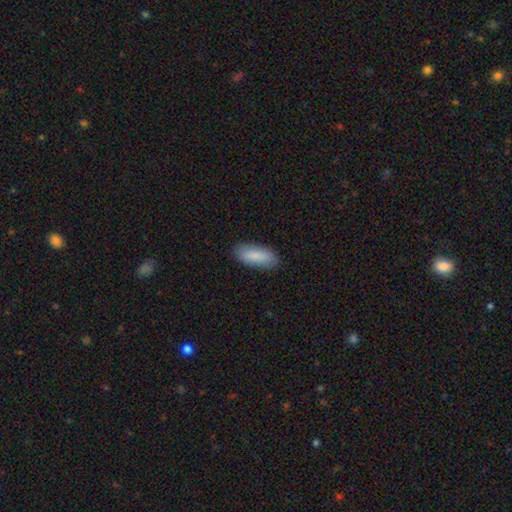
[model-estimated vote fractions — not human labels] Smooth or featured?
  - smooth: 86% *
  - featured or disk: 9%
  - star or artifact: 6%
How rounded?
  - in between: 73% *
  - cigar-shaped: 25%
  - round: 2%
Merging?
  - none: 85% *
  - minor disturbance: 11%
  - major disturbance: 2%
  - merger: 1%